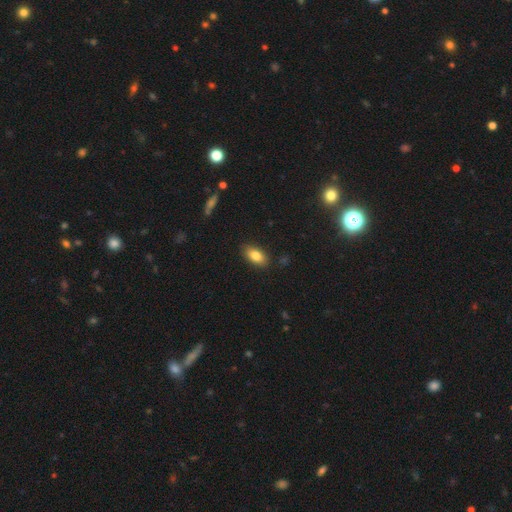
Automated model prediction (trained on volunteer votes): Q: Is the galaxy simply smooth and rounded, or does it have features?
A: smooth — 83%.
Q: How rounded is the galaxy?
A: in between — 90%.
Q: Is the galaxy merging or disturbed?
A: none — 86%.